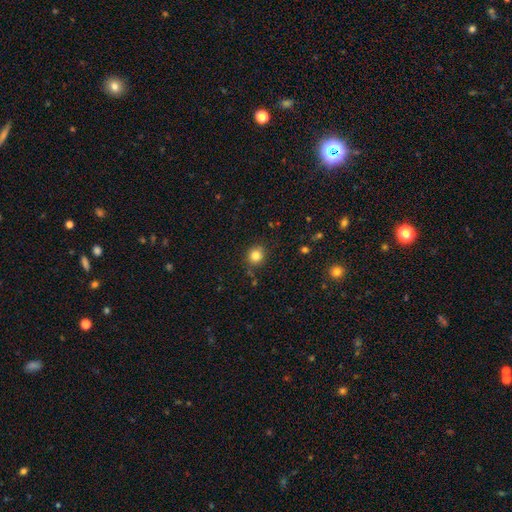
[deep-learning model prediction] smooth 82%, star or artifact 12%, featured or disk 6%. Down the decision tree: how rounded — round (85%); merging — none (85%).